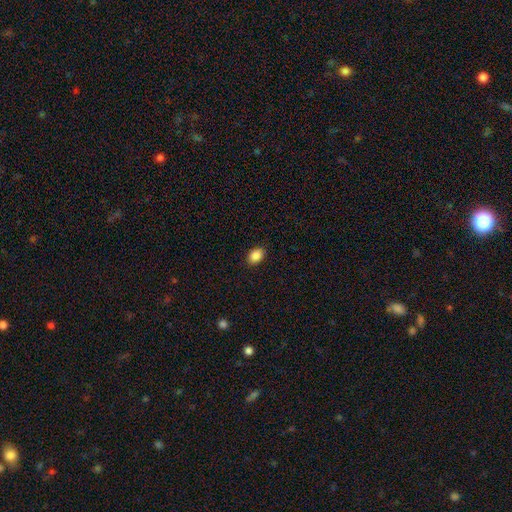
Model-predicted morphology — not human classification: Overall: smooth (87%). How rounded: in between (77%). Merging: none (89%).